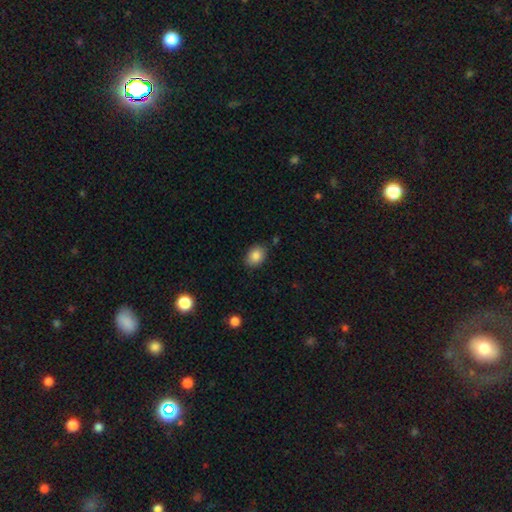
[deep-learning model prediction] Morphology: type=smooth (86%); roundness=in between (71%); merging=none (83%).